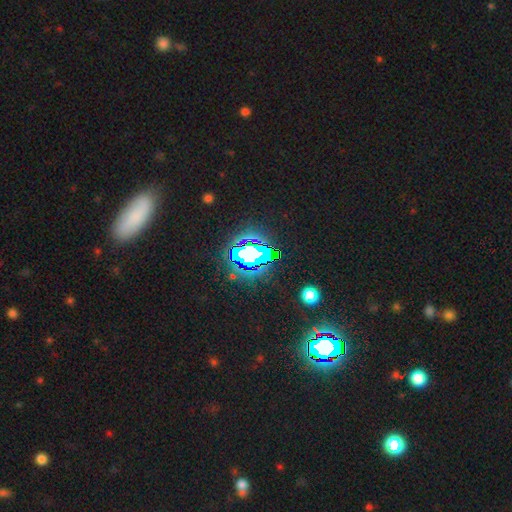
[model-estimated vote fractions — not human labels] Smooth or featured: star or artifact — 76% (smooth — 15%)